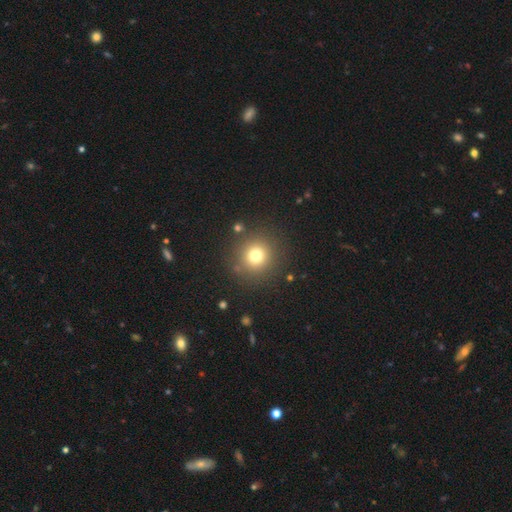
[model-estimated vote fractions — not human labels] Q: Smooth or featured?
A: smooth (75%); runner-up: star or artifact (15%)
Q: How rounded?
A: round (93%); runner-up: in between (6%)
Q: Merging?
A: none (87%); runner-up: minor disturbance (7%)